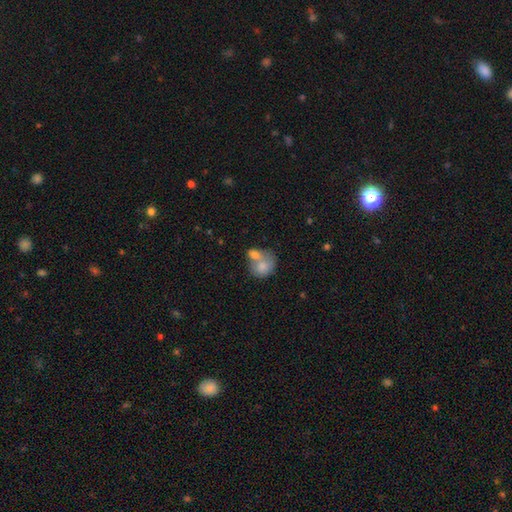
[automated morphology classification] Smooth or featured?
  - smooth: 69% *
  - featured or disk: 21%
  - star or artifact: 10%
How rounded?
  - round: 57% *
  - in between: 42%
  - cigar-shaped: 1%
Merging?
  - merger: 63% *
  - none: 23%
  - minor disturbance: 9%
  - major disturbance: 5%